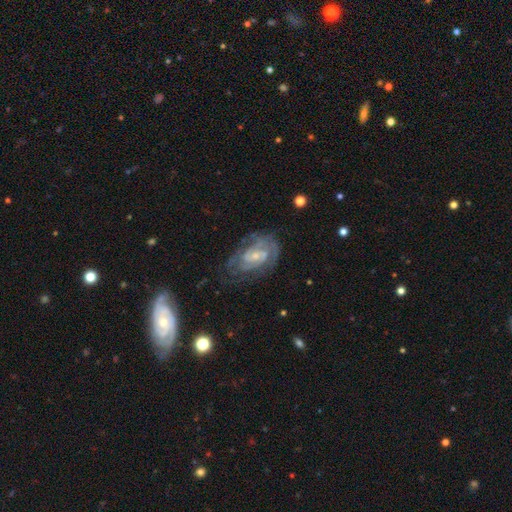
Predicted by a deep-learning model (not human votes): Smooth or featured? Predicted: featured or disk (p=0.81). Edge-on disk? Predicted: no (p=0.96). Bar? Predicted: no (p=0.50). Spiral arms? Predicted: yes (p=0.89). Spiral winding? Predicted: tight (p=0.58). Spiral arm count? Predicted: can't tell (p=0.39). Bulge size? Predicted: small (p=0.65). Merging? Predicted: none (p=0.61).